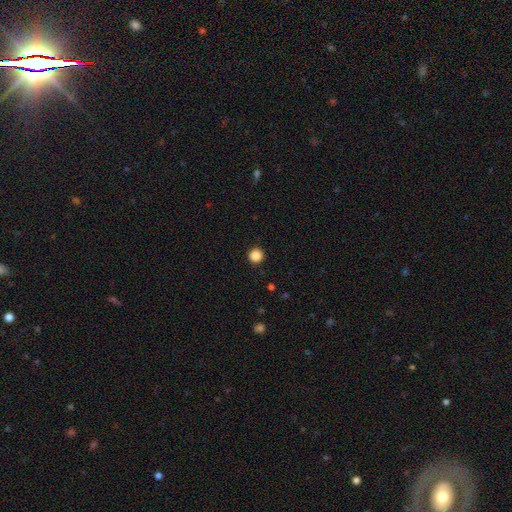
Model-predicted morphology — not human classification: Smooth or featured?
  - smooth: 87% *
  - star or artifact: 11%
  - featured or disk: 3%
How rounded?
  - round: 96% *
  - in between: 3%
  - cigar-shaped: 1%
Merging?
  - none: 93% *
  - minor disturbance: 4%
  - major disturbance: 2%
  - merger: 1%